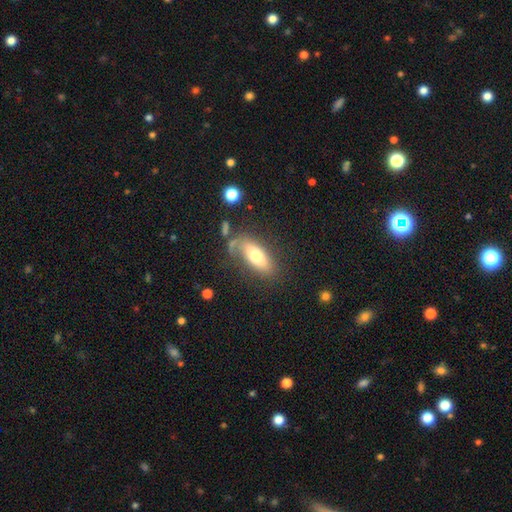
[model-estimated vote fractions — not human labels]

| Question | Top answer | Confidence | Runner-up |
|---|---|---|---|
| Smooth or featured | smooth | 67% | featured or disk (25%) |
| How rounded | in between | 79% | cigar-shaped (18%) |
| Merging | none | 59% | minor disturbance (21%) |